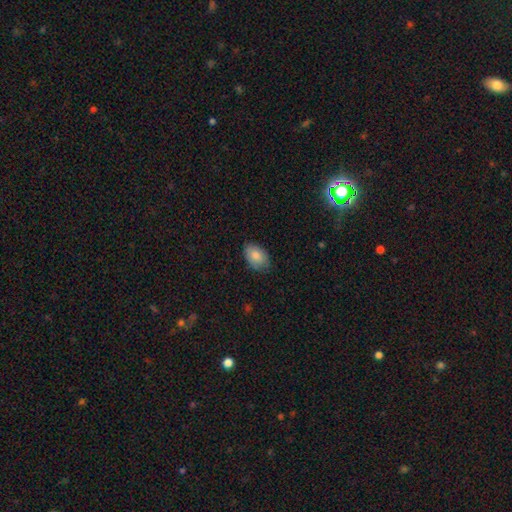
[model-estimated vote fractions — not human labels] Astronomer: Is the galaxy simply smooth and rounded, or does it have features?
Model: smooth — 83%.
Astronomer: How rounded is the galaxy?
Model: in between — 86%.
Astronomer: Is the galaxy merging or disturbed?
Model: none — 78%.